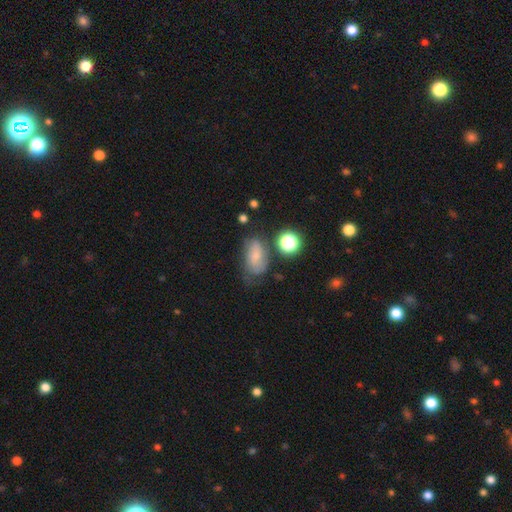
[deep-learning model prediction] Q: Smooth or featured?
A: smooth (57%); runner-up: featured or disk (31%)
Q: How rounded?
A: in between (86%); runner-up: round (12%)
Q: Merging?
A: none (47%); runner-up: minor disturbance (31%)